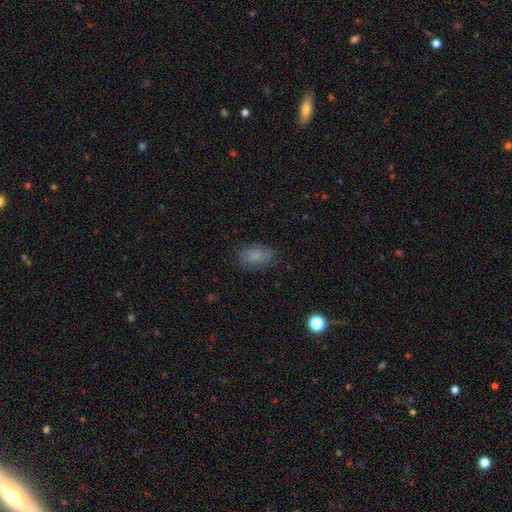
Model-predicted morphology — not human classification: type=smooth (82%); roundness=in between (89%); merging=none (80%).